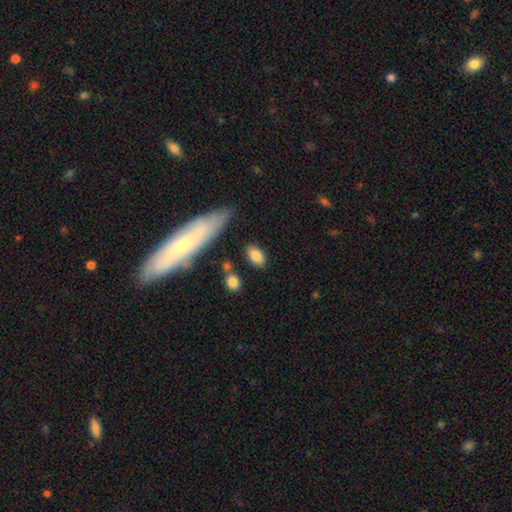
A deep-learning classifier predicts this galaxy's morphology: type=smooth (83%); roundness=in between (90%); merging=none (81%).